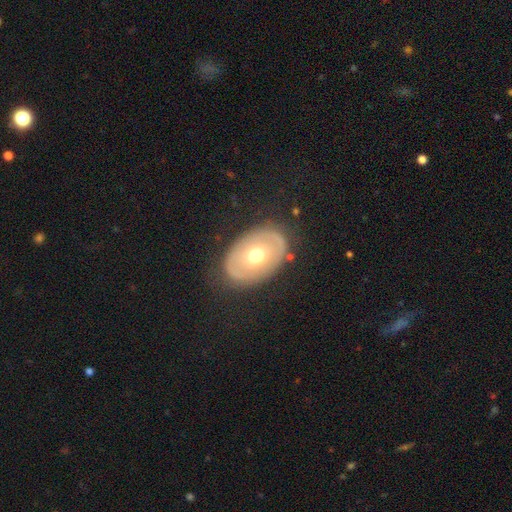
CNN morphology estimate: Smooth or featured? Predicted: featured or disk (p=0.51). Edge-on disk? Predicted: no (p=0.91). Merging? Predicted: none (p=0.83).